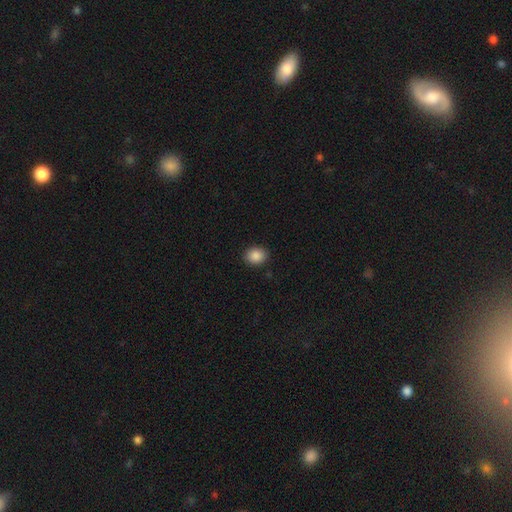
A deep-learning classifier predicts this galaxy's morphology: smooth 88%, star or artifact 8%, featured or disk 3%. Down the decision tree: how rounded — round (51%); merging — none (90%).